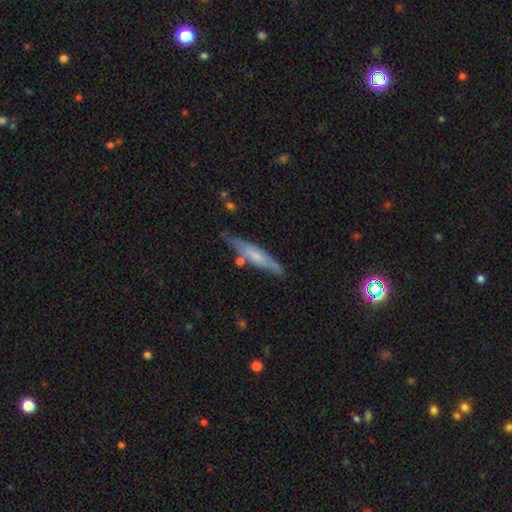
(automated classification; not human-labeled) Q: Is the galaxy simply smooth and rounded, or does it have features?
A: smooth — 51%.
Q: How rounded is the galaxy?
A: cigar-shaped — 87%.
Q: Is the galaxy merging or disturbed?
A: none — 74%.